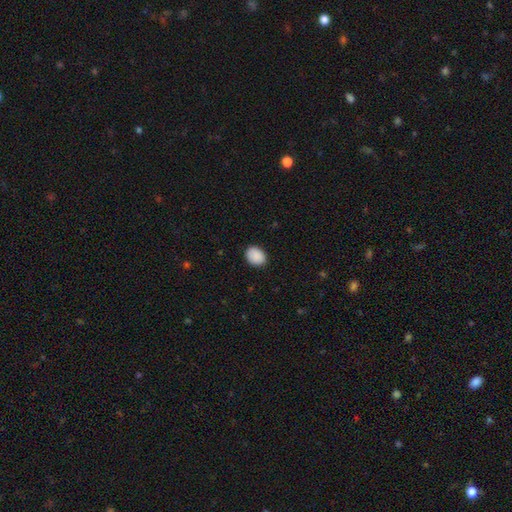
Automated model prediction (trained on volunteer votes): The model was most divided on "how rounded": in between: 58%, round: 41%, cigar-shaped: 1%. More confident: smooth or featured — smooth (90%); merging — none (89%).